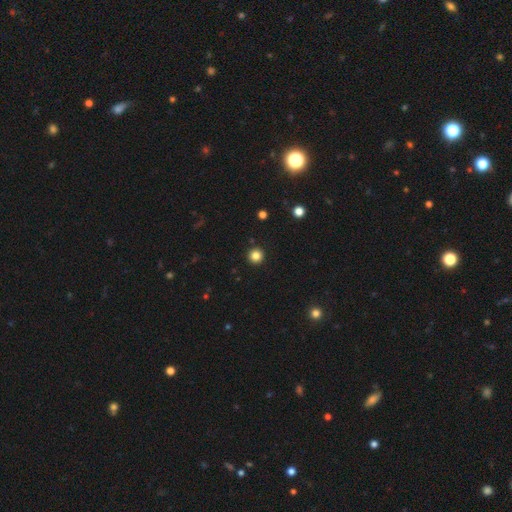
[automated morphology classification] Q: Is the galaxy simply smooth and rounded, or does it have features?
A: smooth — 84%.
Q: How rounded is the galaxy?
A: round — 96%.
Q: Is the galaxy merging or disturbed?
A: none — 93%.